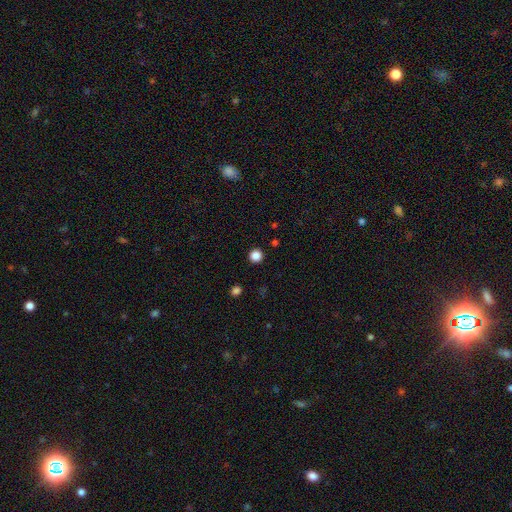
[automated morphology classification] smooth-or-featured: smooth: 85% | star or artifact: 12% | featured or disk: 3%
  how-rounded: round: 96% | in between: 3% | cigar-shaped: 1%
  merging: none: 93% | minor disturbance: 4% | major disturbance: 2% | merger: 1%